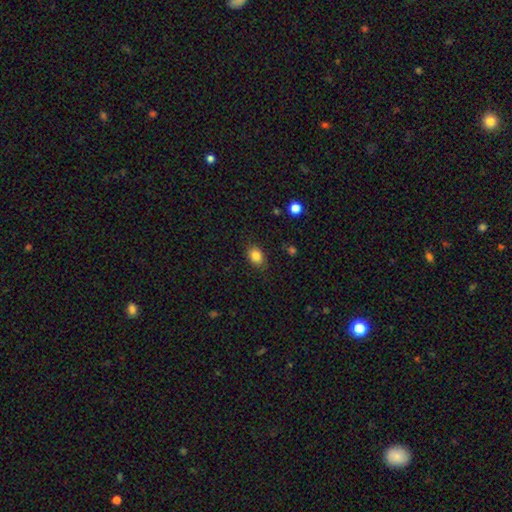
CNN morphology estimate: Smooth or featured? smooth (84%)
How rounded? in between (70%)
Merging? none (84%)